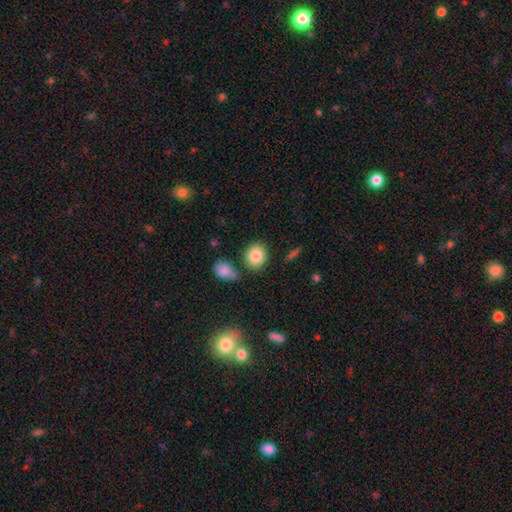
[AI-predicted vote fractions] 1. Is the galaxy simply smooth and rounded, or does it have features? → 85% smooth, 8% star or artifact, 7% featured or disk.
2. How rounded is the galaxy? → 65% round, 33% in between, 1% cigar-shaped.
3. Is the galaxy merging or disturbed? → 78% none, 11% minor disturbance, 8% merger, 3% major disturbance.